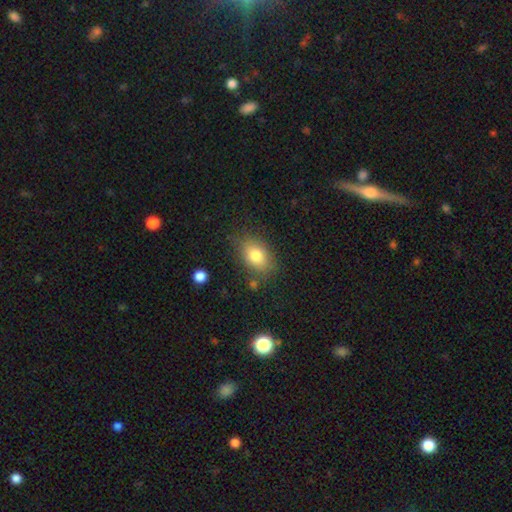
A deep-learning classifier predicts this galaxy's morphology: Q: Smooth or featured?
A: smooth (79%); runner-up: featured or disk (12%)
Q: How rounded?
A: in between (82%); runner-up: round (16%)
Q: Merging?
A: none (78%); runner-up: minor disturbance (15%)